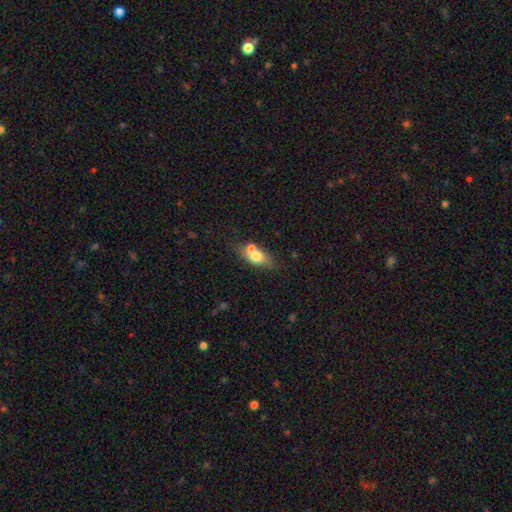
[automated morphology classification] A smooth galaxy with no disk features (64%) that is in between round and cigar-shaped (73%). Merging: none (52%).